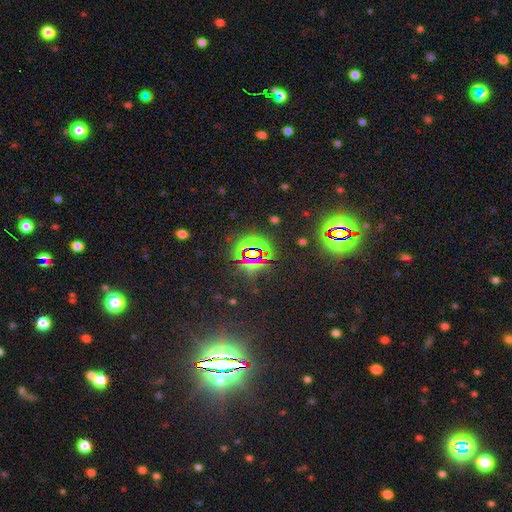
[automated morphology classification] The model was most divided on "smooth or featured": star or artifact: 79%, smooth: 12%, featured or disk: 9%.